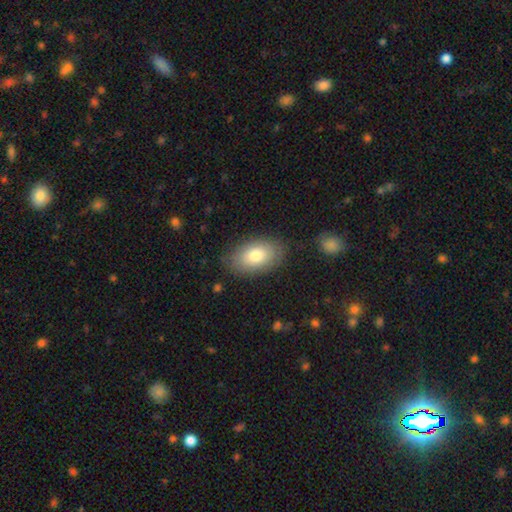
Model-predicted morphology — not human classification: Smooth or featured? smooth (78%)
How rounded? in between (92%)
Merging? none (83%)